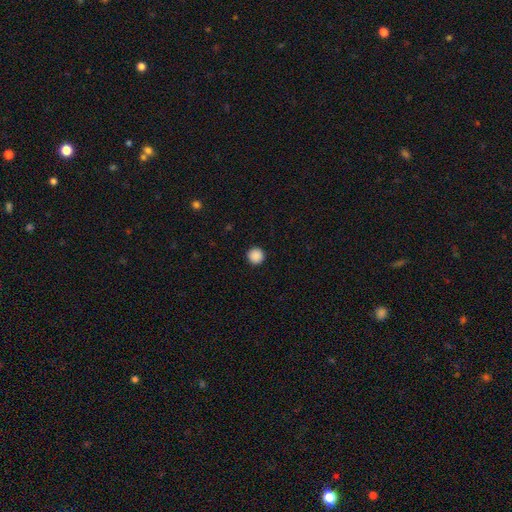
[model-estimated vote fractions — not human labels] The model was most divided on "smooth or featured": smooth: 89%, star or artifact: 9%, featured or disk: 2%. More confident: how rounded — round (96%); merging — none (94%).